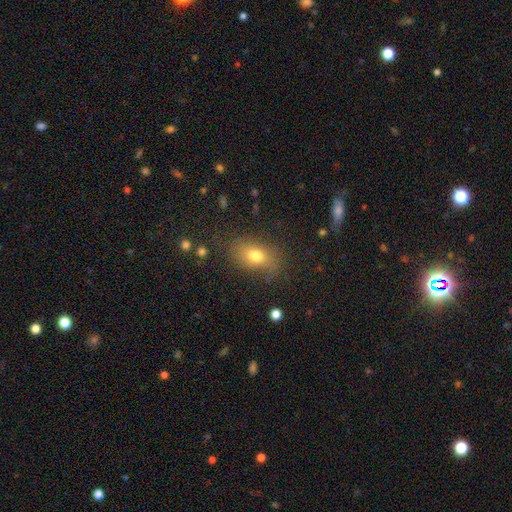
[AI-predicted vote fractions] Q: Smooth or featured?
A: smooth (73%); runner-up: featured or disk (15%)
Q: How rounded?
A: in between (82%); runner-up: round (15%)
Q: Merging?
A: none (72%); runner-up: minor disturbance (18%)